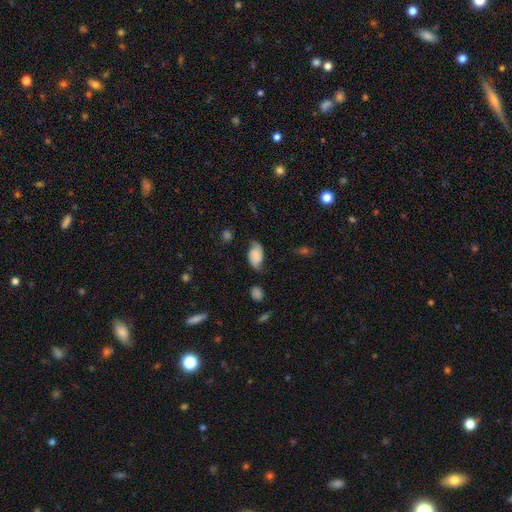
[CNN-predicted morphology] smooth_or_featured: smooth (p=0.49) [alt: featured or disk p=0.42]
merging: none (p=0.60) [alt: minor disturbance p=0.27]